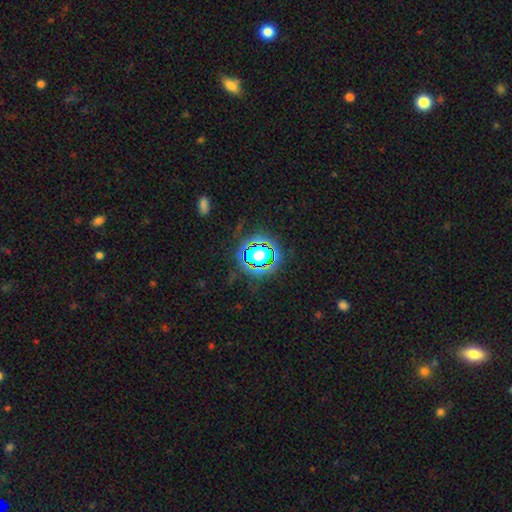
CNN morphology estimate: smooth-or-featured: star or artifact: 57% | smooth: 27% | featured or disk: 16%